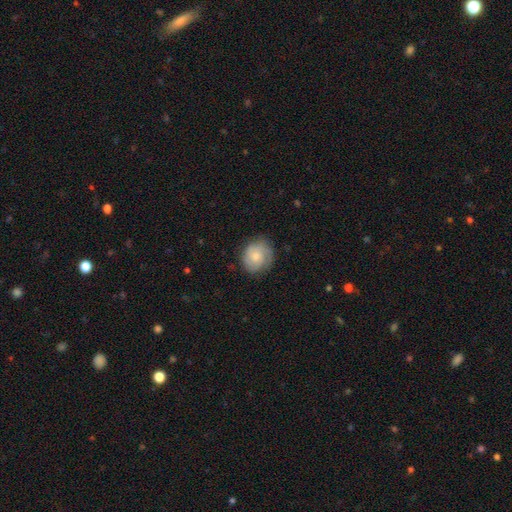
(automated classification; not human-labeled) smooth-or-featured: smooth: 53% | featured or disk: 40% | star or artifact: 7%
  how-rounded: round: 69% | in between: 30% | cigar-shaped: 1%
  merging: none: 74% | minor disturbance: 19% | major disturbance: 6% | merger: 1%